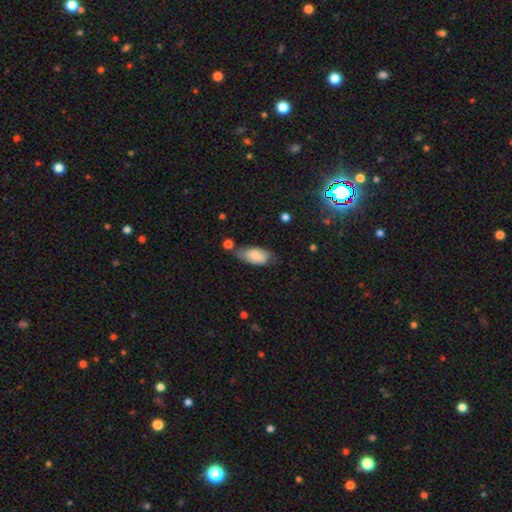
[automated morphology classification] Overall: smooth (75%). How rounded: in between (92%). Merging: none (51%; minor disturbance 31%).